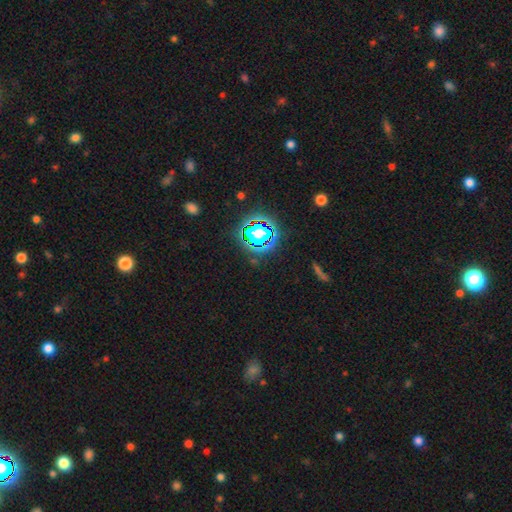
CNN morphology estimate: Smooth or featured: star or artifact — 80% (smooth — 12%)